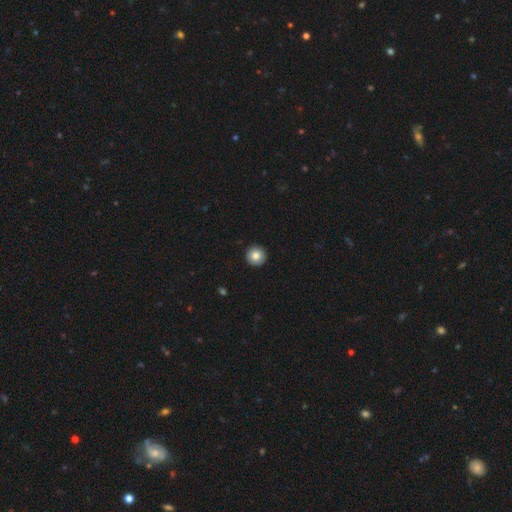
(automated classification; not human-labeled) smooth_or_featured: smooth (p=0.84) [alt: star or artifact p=0.08]
how_rounded: round (p=0.96) [alt: in between p=0.03]
merging: none (p=0.93) [alt: minor disturbance p=0.04]